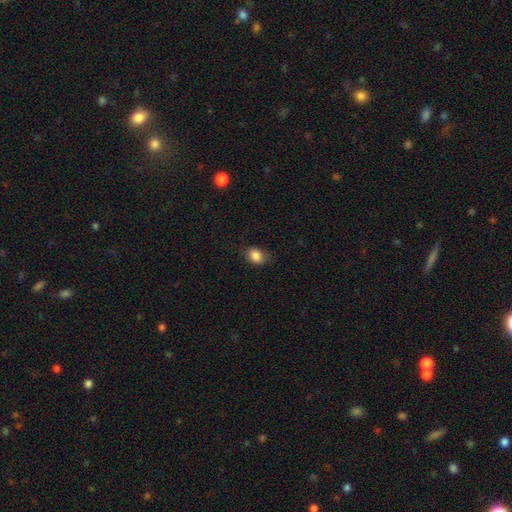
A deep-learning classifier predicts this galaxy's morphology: smooth_or_featured: smooth (p=0.86) [alt: star or artifact p=0.09]
how_rounded: in between (p=0.64) [alt: round p=0.35]
merging: none (p=0.75) [alt: minor disturbance p=0.19]